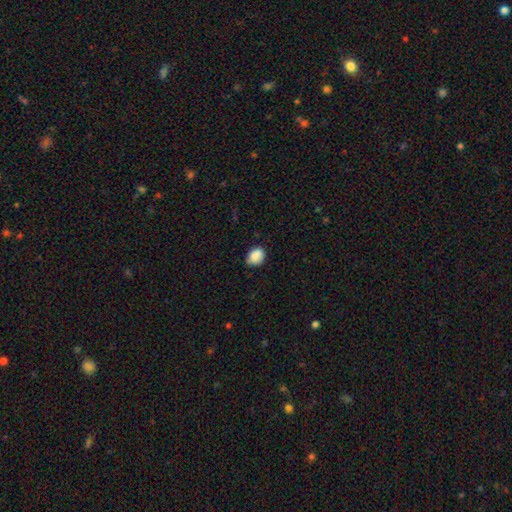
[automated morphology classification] This is clearly a smooth galaxy (88%). How rounded: possibly in between (53%). Merging: likely none (70%).